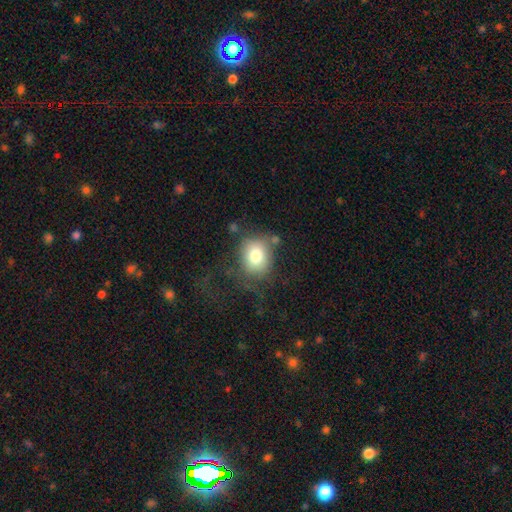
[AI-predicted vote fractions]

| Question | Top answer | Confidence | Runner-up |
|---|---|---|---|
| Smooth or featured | smooth | 77% | featured or disk (13%) |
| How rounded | round | 65% | in between (34%) |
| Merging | none | 58% | minor disturbance (21%) |